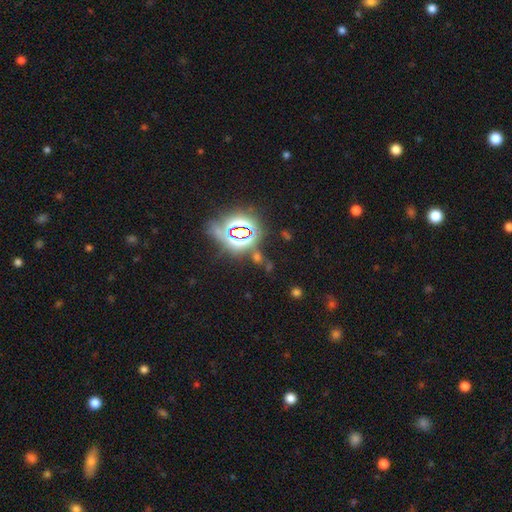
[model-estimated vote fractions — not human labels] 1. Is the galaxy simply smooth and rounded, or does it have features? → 77% star or artifact, 14% smooth, 9% featured or disk.